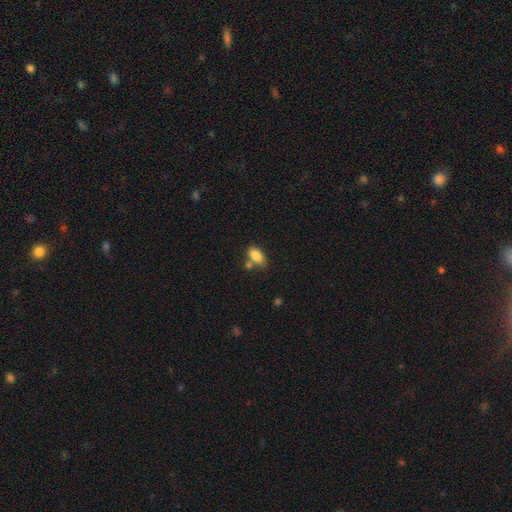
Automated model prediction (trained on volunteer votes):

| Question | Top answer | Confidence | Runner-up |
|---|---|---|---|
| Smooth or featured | smooth | 85% | star or artifact (8%) |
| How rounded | in between | 90% | round (7%) |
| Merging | none | 57% | merger (22%) |